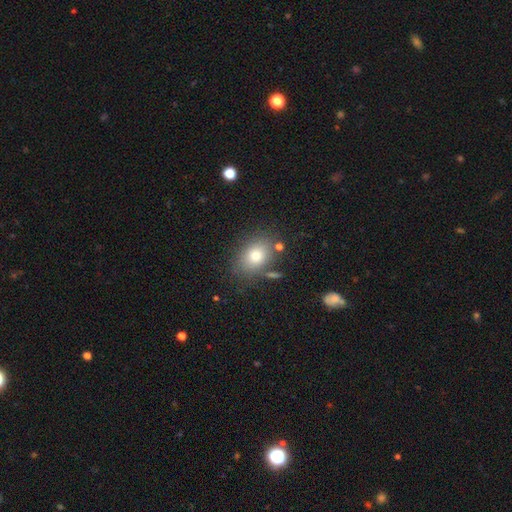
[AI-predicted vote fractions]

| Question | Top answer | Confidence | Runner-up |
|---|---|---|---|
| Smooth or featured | smooth | 77% | featured or disk (12%) |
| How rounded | in between | 68% | round (31%) |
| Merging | none | 76% | minor disturbance (14%) |